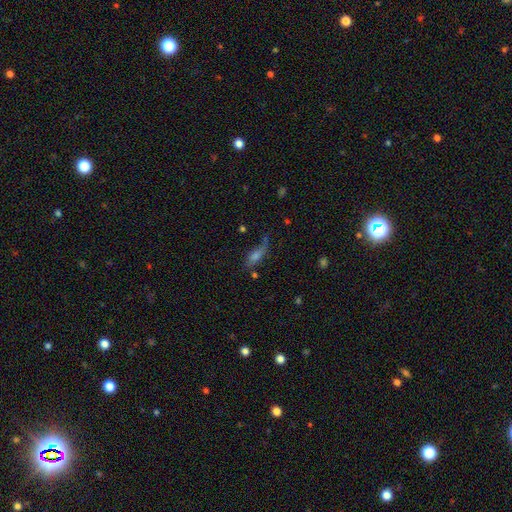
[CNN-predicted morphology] A smooth galaxy with no disk features (49%).

Vote fractions:
- Smooth or featured? smooth: 49% / featured or disk: 33% / star or artifact: 17%
- Merging? none: 44% / minor disturbance: 26% / major disturbance: 23% / merger: 7%